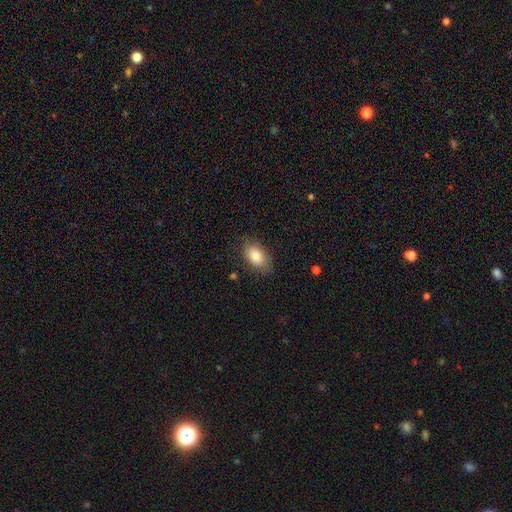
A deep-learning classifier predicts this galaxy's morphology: smooth_or_featured: smooth (p=0.84) [alt: featured or disk p=0.09]
how_rounded: in between (p=0.91) [alt: round p=0.08]
merging: none (p=0.82) [alt: minor disturbance p=0.14]